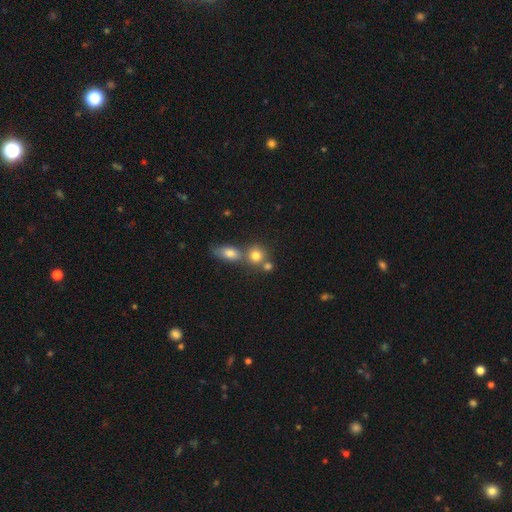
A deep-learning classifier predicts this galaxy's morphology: A smooth galaxy with no disk features (77%) that is round (78%).

Vote fractions:
- Smooth or featured? smooth: 77% / star or artifact: 11% / featured or disk: 11%
- How rounded? round: 78% / in between: 20% / cigar-shaped: 2%
- Merging? none: 48% / merger: 40% / minor disturbance: 9% / major disturbance: 4%